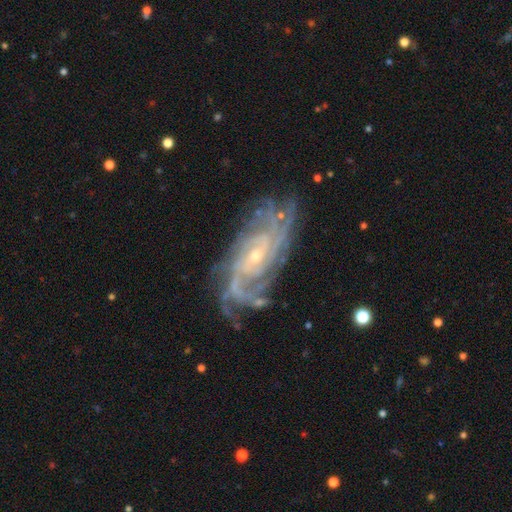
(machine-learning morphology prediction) smooth-or-featured: featured or disk: 90% | star or artifact: 6% | smooth: 4%
  disk-edge-on: no: 95% | yes: 5%
    bar: no: 62% | weak: 29% | strong: 9%
    has-spiral-arms: yes: 98% | no: 2%
      spiral-winding: tight: 66% | medium: 28% | loose: 6%
      spiral-arm-count: 4: 26% | can't tell: 23% | more than 4: 19% | 3: 14% | 2: 11% | 1: 7%
    bulge-size: small: 73% | moderate: 23% | none: 2% | large: 1% | dominant: 1%
  merging: none: 73% | minor disturbance: 18% | major disturbance: 8% | merger: 2%